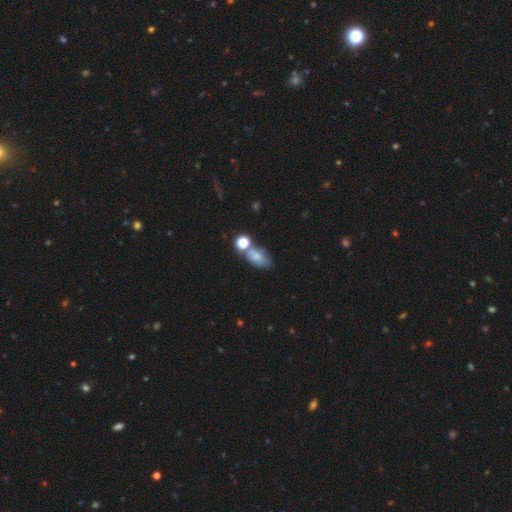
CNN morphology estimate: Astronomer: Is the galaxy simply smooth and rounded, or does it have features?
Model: smooth — 73%.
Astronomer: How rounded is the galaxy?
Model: in between — 85%.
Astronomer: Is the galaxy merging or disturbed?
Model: none — 46% (runner-up: merger, 27%).